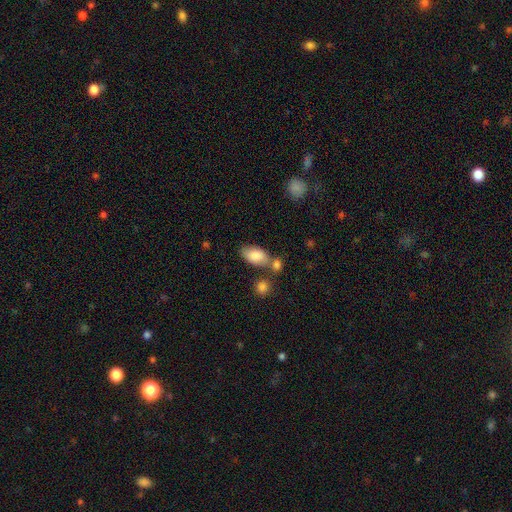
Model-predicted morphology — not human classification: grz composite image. It shows a smooth galaxy with no disk features (85%) that is in between round and cigar-shaped (92%). Merging: none (57%).